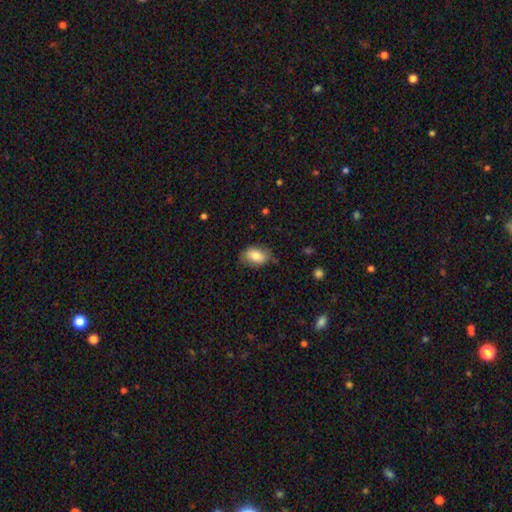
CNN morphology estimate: Q: Smooth or featured?
A: smooth (81%); runner-up: featured or disk (12%)
Q: How rounded?
A: in between (89%); runner-up: round (9%)
Q: Merging?
A: none (73%); runner-up: minor disturbance (21%)